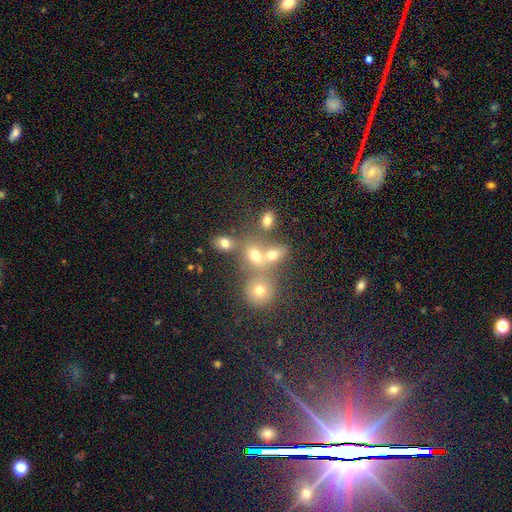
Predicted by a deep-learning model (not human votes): Smooth or featured? Predicted: star or artifact (p=0.63).